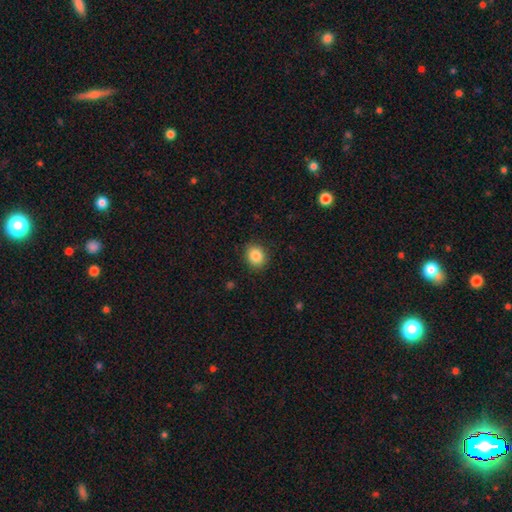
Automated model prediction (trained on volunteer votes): Q: Smooth or featured?
A: smooth (86%); runner-up: star or artifact (9%)
Q: How rounded?
A: round (67%); runner-up: in between (32%)
Q: Merging?
A: none (89%); runner-up: minor disturbance (8%)